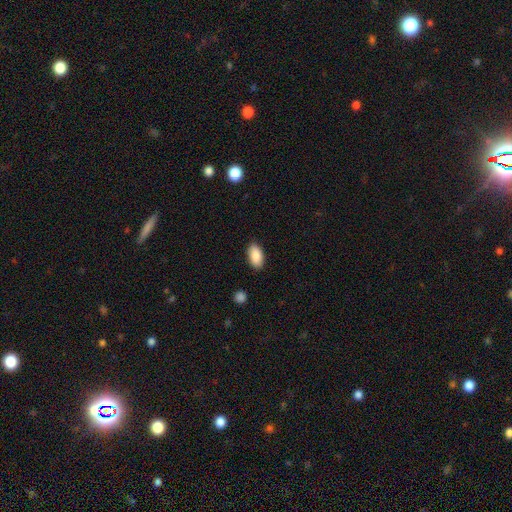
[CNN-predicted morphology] smooth_or_featured: smooth (p=0.88) [alt: star or artifact p=0.07]
how_rounded: in between (p=0.94) [alt: round p=0.03]
merging: none (p=0.88) [alt: minor disturbance p=0.09]